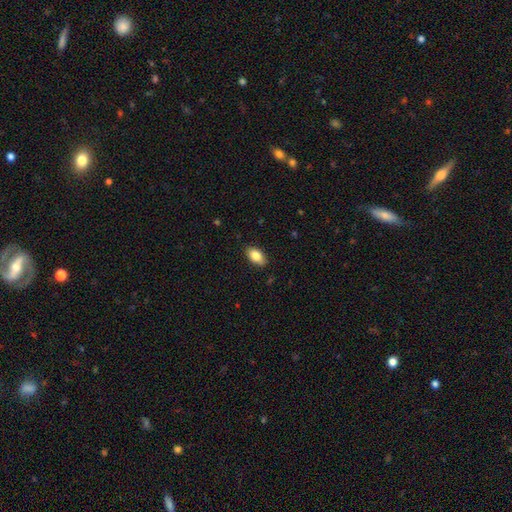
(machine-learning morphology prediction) This appears to be a smooth galaxy with no disk features (82%) that is in between round and cigar-shaped (91%). Merging: none (87%).